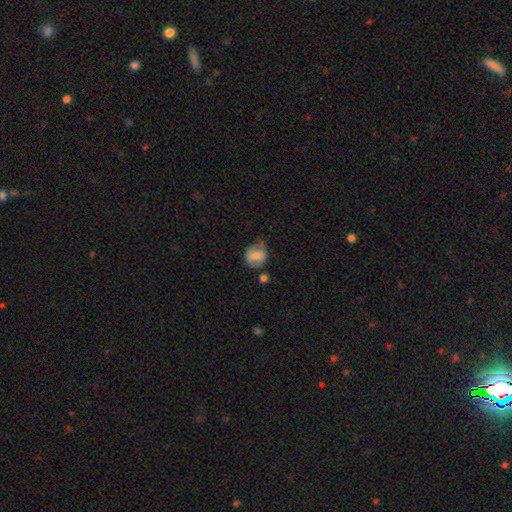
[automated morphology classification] smooth-or-featured: smooth: 67% | featured or disk: 24% | star or artifact: 9%
  how-rounded: round: 61% | in between: 38% | cigar-shaped: 1%
  merging: none: 44% | minor disturbance: 33% | major disturbance: 15% | merger: 8%